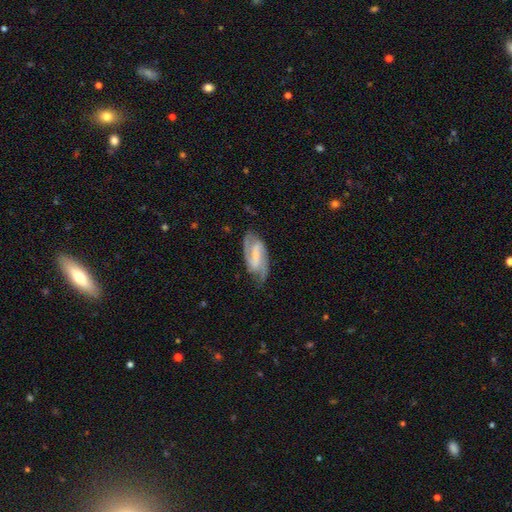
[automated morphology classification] smooth_or_featured: featured or disk (p=0.85) [alt: smooth p=0.10]
disk_edge_on: no (p=0.96) [alt: yes p=0.04]
bar: weak (p=0.44) [alt: strong p=0.40]
has_spiral_arms: yes (p=0.96) [alt: no p=0.04]
spiral_winding: medium (p=0.52) [alt: tight p=0.29]
spiral_arm_count: 2 (p=0.88) [alt: can't tell p=0.05]
bulge_size: small (p=0.59) [alt: moderate p=0.29]
merging: none (p=0.74) [alt: minor disturbance p=0.18]